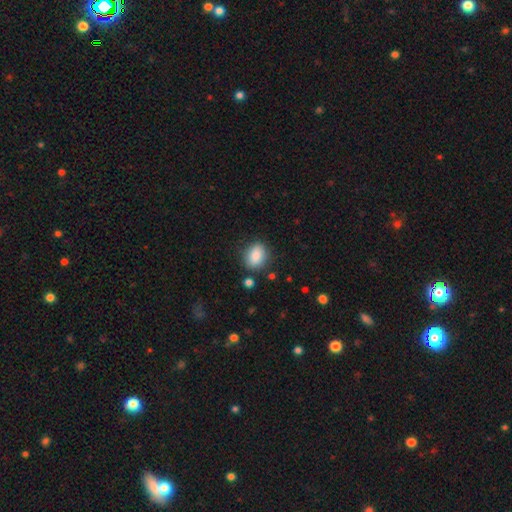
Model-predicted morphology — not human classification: type=smooth (86%); roundness=in between (64%); merging=none (81%).